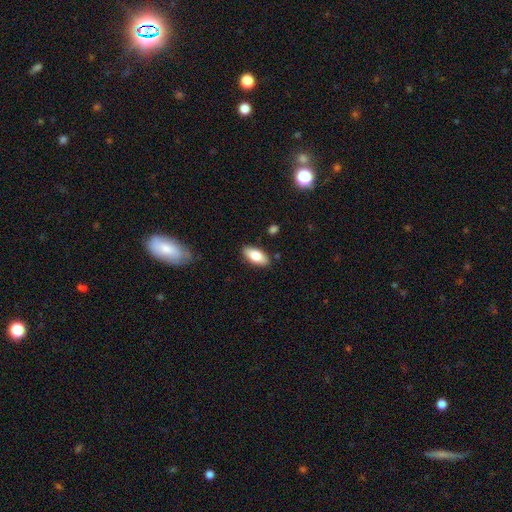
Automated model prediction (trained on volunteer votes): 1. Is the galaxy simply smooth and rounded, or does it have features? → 78% smooth, 16% featured or disk, 6% star or artifact.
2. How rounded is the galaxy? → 86% in between, 12% cigar-shaped, 3% round.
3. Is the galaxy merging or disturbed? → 86% none, 10% minor disturbance, 2% major disturbance, 2% merger.